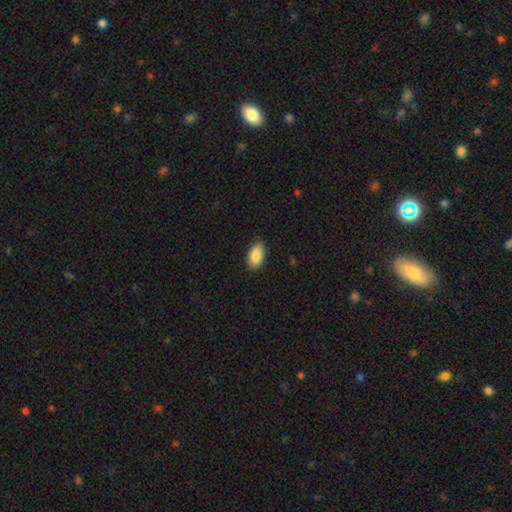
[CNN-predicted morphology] A smooth galaxy with no disk features (87%) that is in between round and cigar-shaped (94%).

Vote fractions:
- Smooth or featured? smooth: 87% / star or artifact: 7% / featured or disk: 6%
- How rounded? in between: 94% / round: 4% / cigar-shaped: 3%
- Merging? none: 87% / minor disturbance: 10% / major disturbance: 2% / merger: 1%